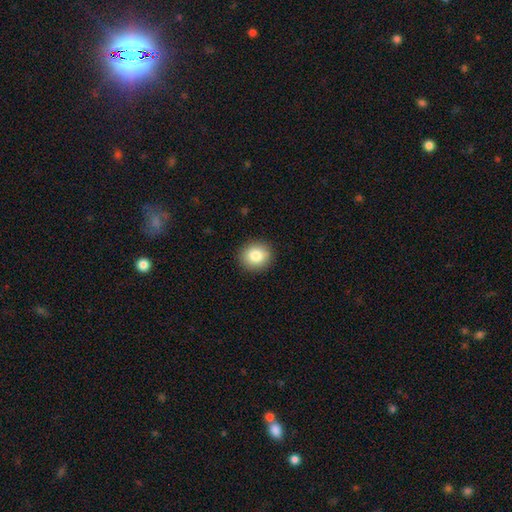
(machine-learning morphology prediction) Overall: smooth (84%). How rounded: round (84%). Merging: none (91%).